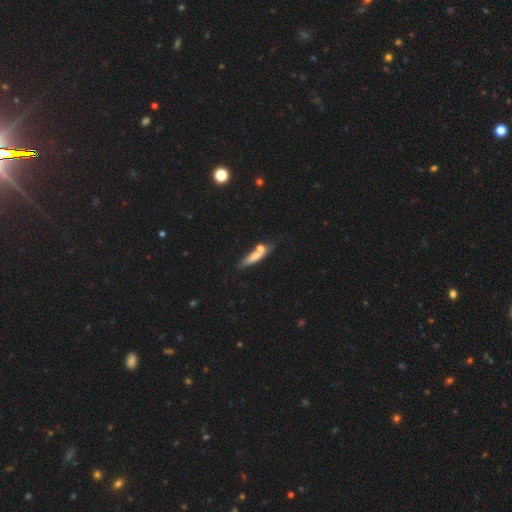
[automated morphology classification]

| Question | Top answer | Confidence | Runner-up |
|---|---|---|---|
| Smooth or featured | smooth | 58% | featured or disk (34%) |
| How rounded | cigar-shaped | 78% | in between (19%) |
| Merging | none | 55% | merger (25%) |